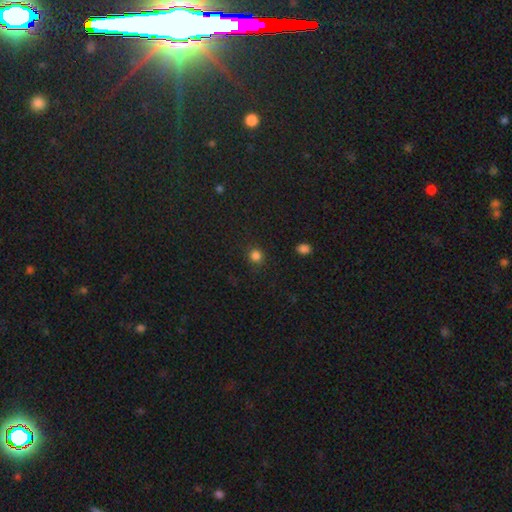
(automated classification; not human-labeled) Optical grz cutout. It shows a smooth galaxy with no disk features (83%) that is round (87%). Merging: none (88%).